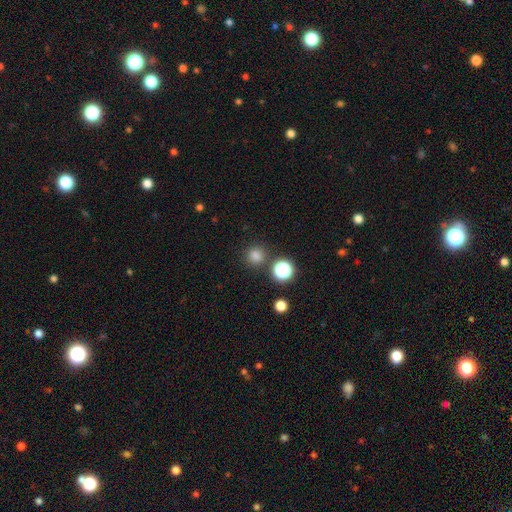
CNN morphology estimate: Smooth or featured? Predicted: smooth (p=0.78). How rounded? Predicted: round (p=0.93). Merging? Predicted: none (p=0.85).